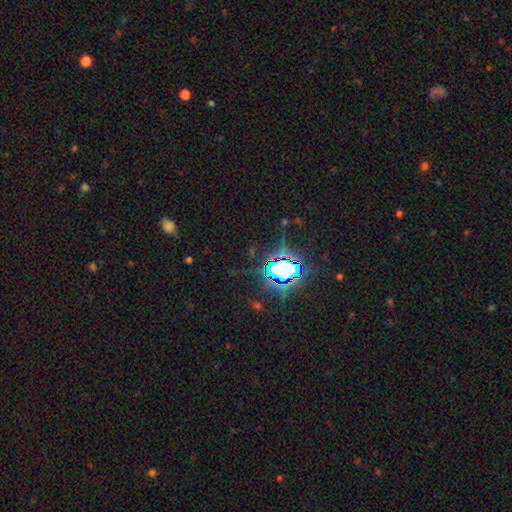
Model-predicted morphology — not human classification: Smooth or featured: star or artifact — 82% (smooth — 11%)